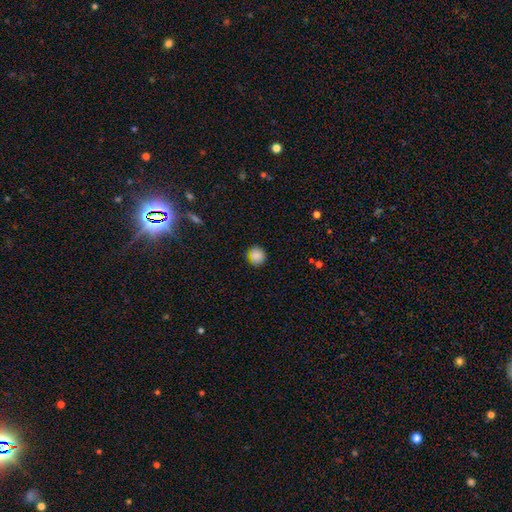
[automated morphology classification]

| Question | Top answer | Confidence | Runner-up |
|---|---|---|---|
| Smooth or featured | smooth | 85% | star or artifact (10%) |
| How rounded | round | 85% | in between (14%) |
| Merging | none | 80% | minor disturbance (15%) |